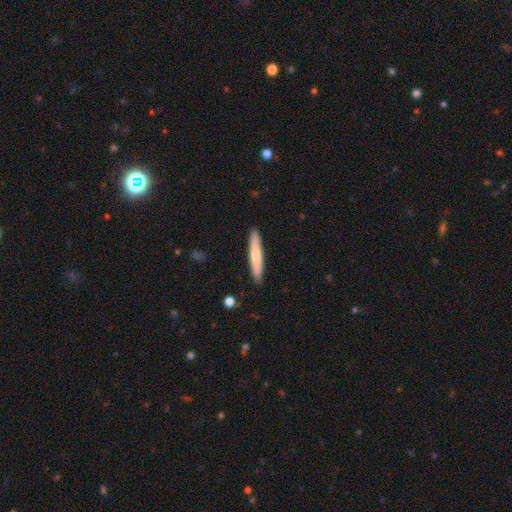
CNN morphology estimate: type=smooth (67%); roundness=cigar-shaped (93%); merging=none (91%).